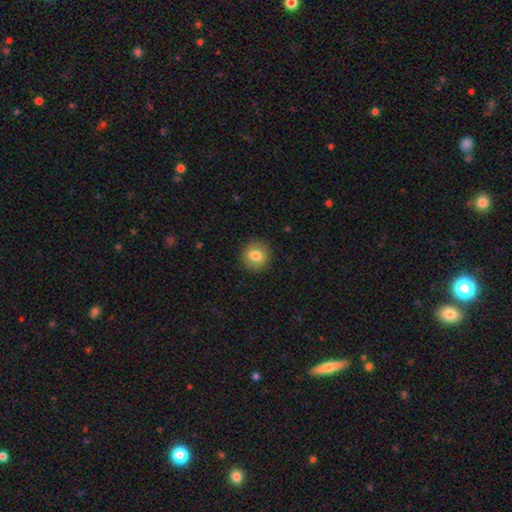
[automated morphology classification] This appears to be a smooth galaxy with no disk features (80%) that is round (89%). Merging: none (91%).